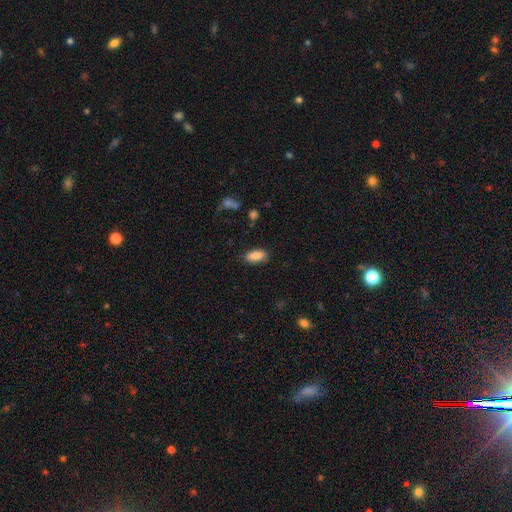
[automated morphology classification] Overall: smooth (87%). How rounded: in between (86%). Merging: none (81%).